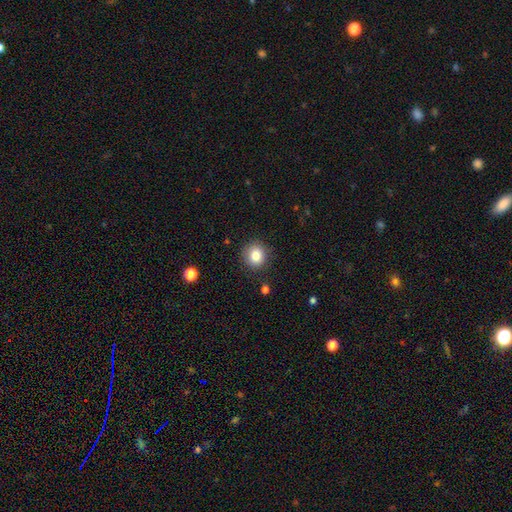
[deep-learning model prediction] A smooth galaxy with no disk features (81%) that is round (90%). Merging: none (89%).